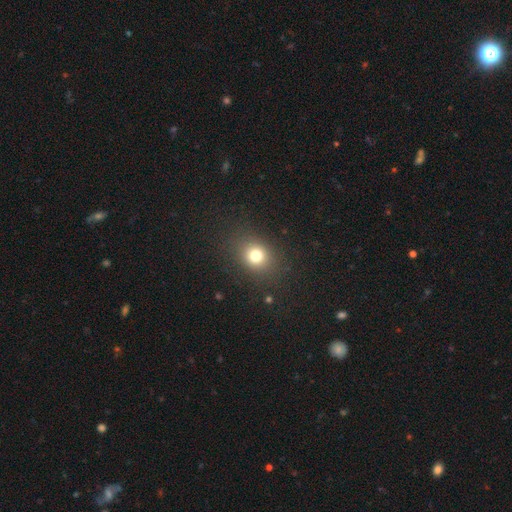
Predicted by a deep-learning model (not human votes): smooth-or-featured: smooth: 76% | star or artifact: 16% | featured or disk: 9%
  how-rounded: round: 67% | in between: 32% | cigar-shaped: 1%
  merging: none: 85% | minor disturbance: 9% | major disturbance: 5% | merger: 1%